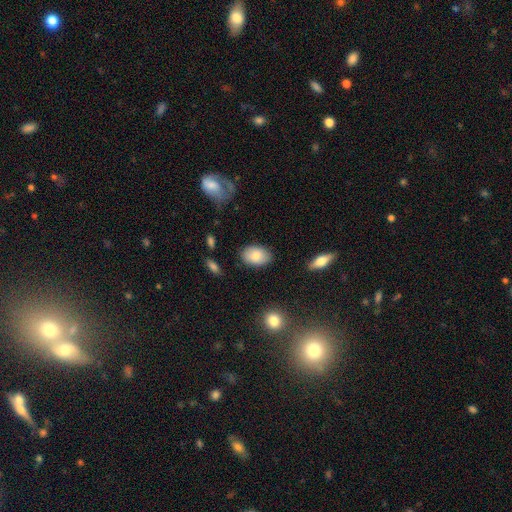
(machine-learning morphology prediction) This appears to be a smooth galaxy with no disk features (82%) that is in between round and cigar-shaped (87%). Merging: none (85%).